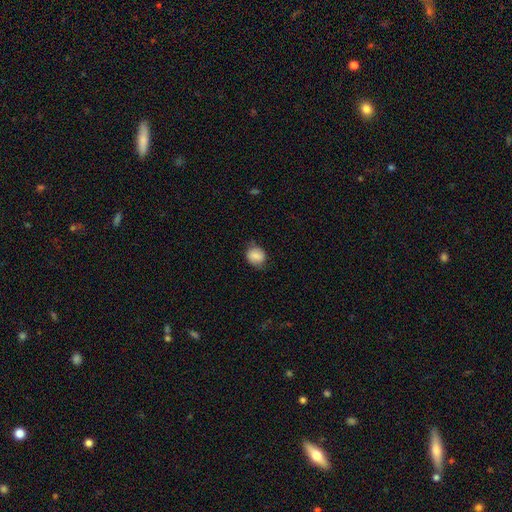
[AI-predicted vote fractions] This is clearly a smooth galaxy (84%). How rounded: likely round (60%). Merging: likely none (71%).